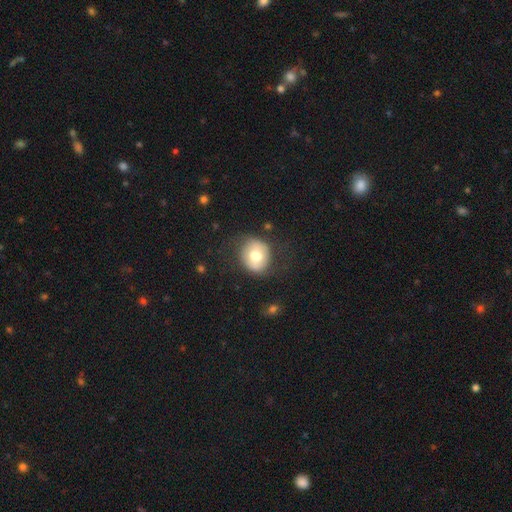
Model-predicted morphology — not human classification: smooth 66%, featured or disk 26%, star or artifact 8%. Down the decision tree: how rounded — round (78%); merging — none (75%).